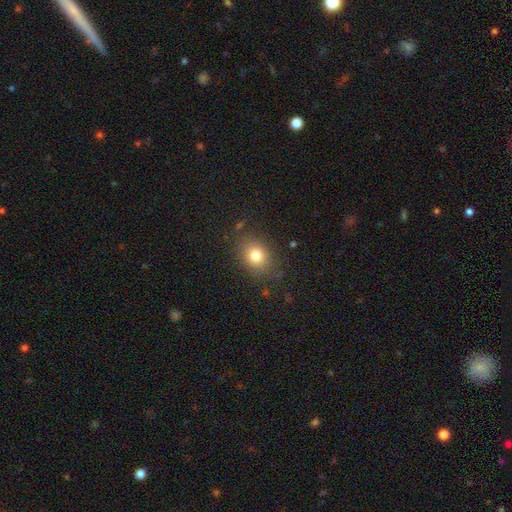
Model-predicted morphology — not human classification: smooth-or-featured: smooth: 79% | star or artifact: 12% | featured or disk: 9%
  how-rounded: round: 49% (tied) | in between: 49% (tied) | cigar-shaped: 1%
  merging: none: 83% | minor disturbance: 12% | major disturbance: 4% | merger: 2%